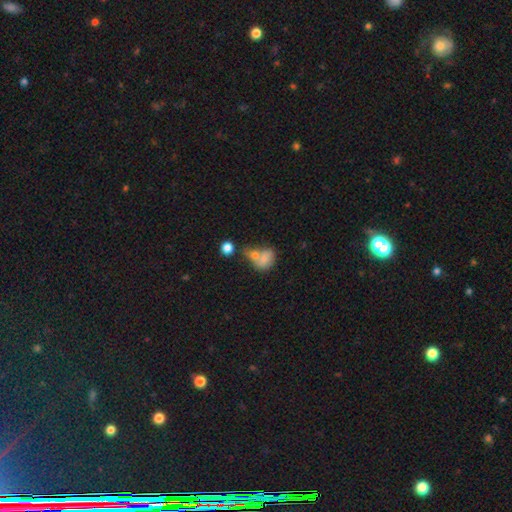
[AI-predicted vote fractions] A smooth galaxy with no disk features (65%) that is in between round and cigar-shaped (51%). Merging: merger (50%).